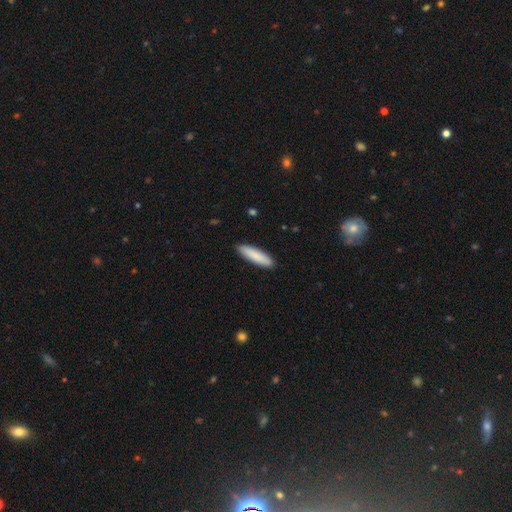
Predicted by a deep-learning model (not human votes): smooth 87%, featured or disk 8%, star or artifact 5%. Down the decision tree: how rounded — cigar-shaped (70%); merging — none (90%).